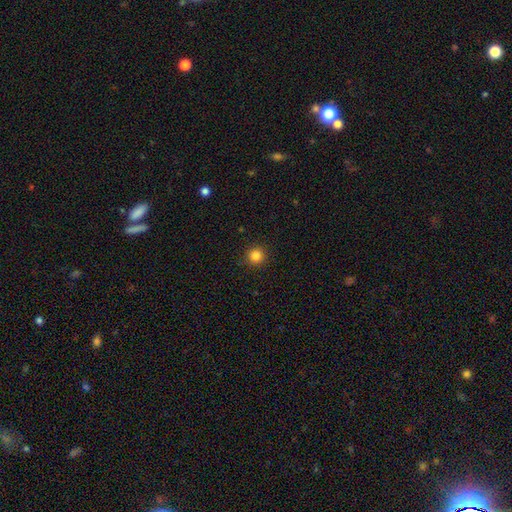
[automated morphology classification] This appears to be a smooth galaxy with no disk features (84%) that is round (95%). Merging: none (91%).